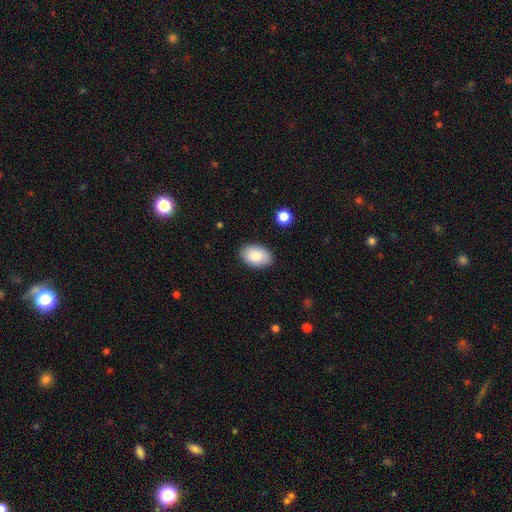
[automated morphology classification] smooth 87%, featured or disk 7%, star or artifact 6%. Down the decision tree: how rounded — in between (92%); merging — none (87%).